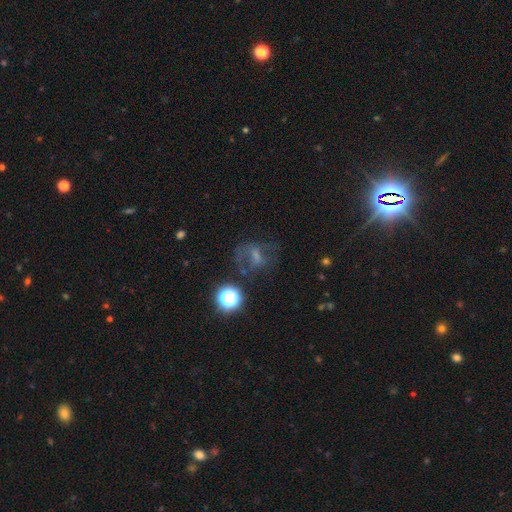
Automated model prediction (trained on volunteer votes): The model was most divided on "smooth or featured": featured or disk: 36%, star or artifact: 34%, smooth: 29%. More confident: merging — none (58%).